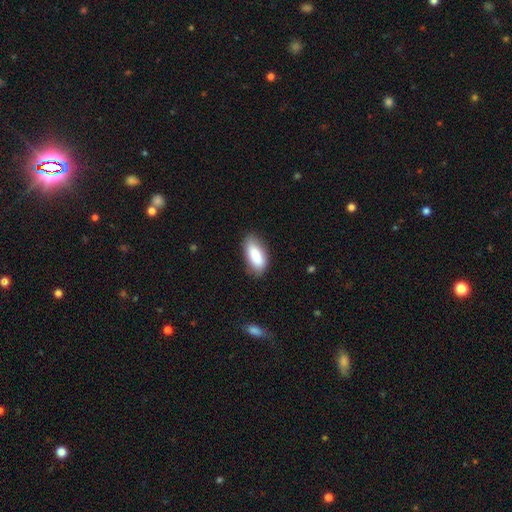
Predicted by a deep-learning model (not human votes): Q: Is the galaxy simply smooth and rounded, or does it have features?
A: smooth — 82%.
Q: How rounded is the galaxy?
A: in between — 86%.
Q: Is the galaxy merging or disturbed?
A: none — 78%.